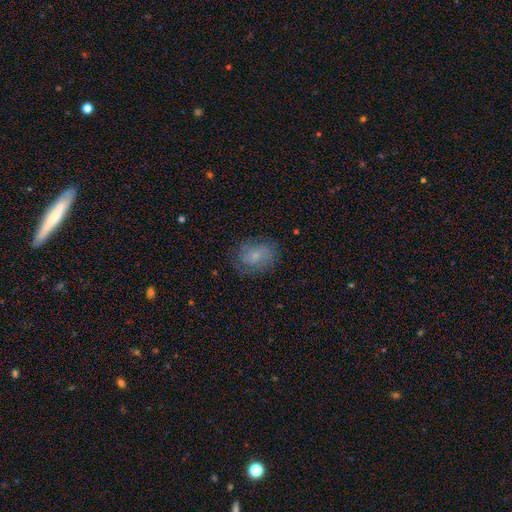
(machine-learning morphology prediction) Smooth or featured?
  - smooth: 58% *
  - featured or disk: 33%
  - star or artifact: 9%
How rounded?
  - in between: 60% *
  - round: 38%
  - cigar-shaped: 1%
Merging?
  - none: 70% *
  - minor disturbance: 20%
  - major disturbance: 9%
  - merger: 1%